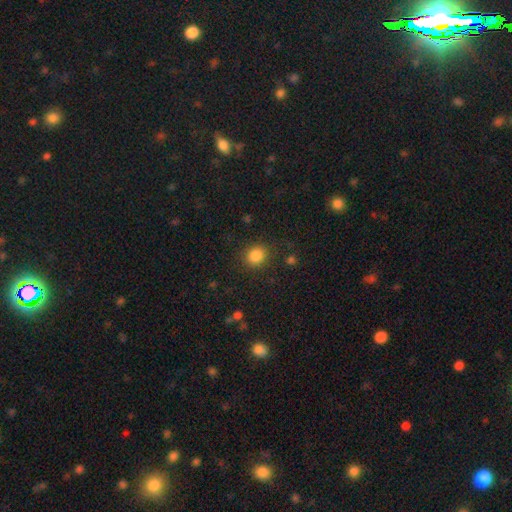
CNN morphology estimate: smooth-or-featured: smooth: 85% | star or artifact: 11% | featured or disk: 4%
  how-rounded: round: 73% | in between: 26% | cigar-shaped: 1%
  merging: none: 86% | minor disturbance: 9% | major disturbance: 4% | merger: 2%